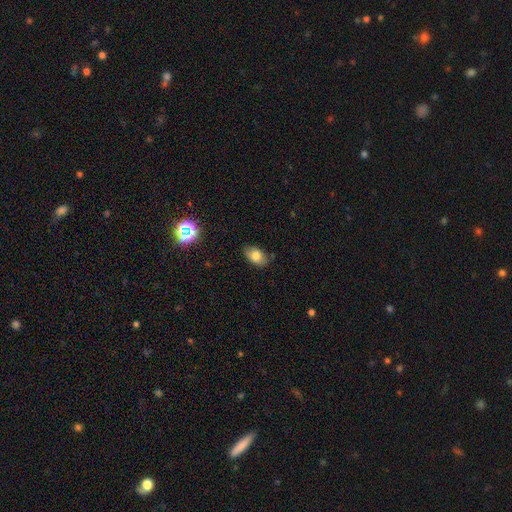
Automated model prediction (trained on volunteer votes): smooth-or-featured: smooth: 77% | featured or disk: 12% | star or artifact: 11%
  how-rounded: in between: 89% | round: 9% | cigar-shaped: 2%
  merging: none: 79% | minor disturbance: 17% | major disturbance: 3% | merger: 1%